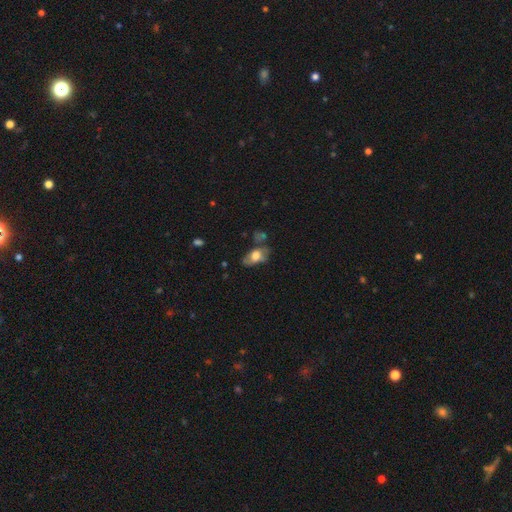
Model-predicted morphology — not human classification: Smooth or featured? Predicted: smooth (p=0.56). How rounded? Predicted: in between (p=0.88). Merging? Predicted: none (p=0.45).